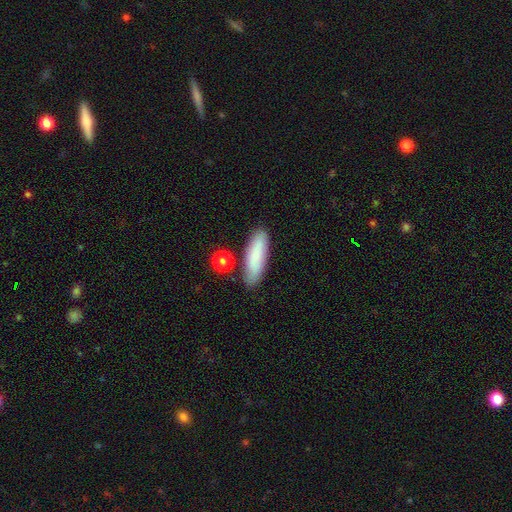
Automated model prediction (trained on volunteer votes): smooth_or_featured: smooth (p=0.78) [alt: featured or disk p=0.15]
how_rounded: cigar-shaped (p=0.52) [alt: in between p=0.46]
merging: none (p=0.79) [alt: minor disturbance p=0.13]